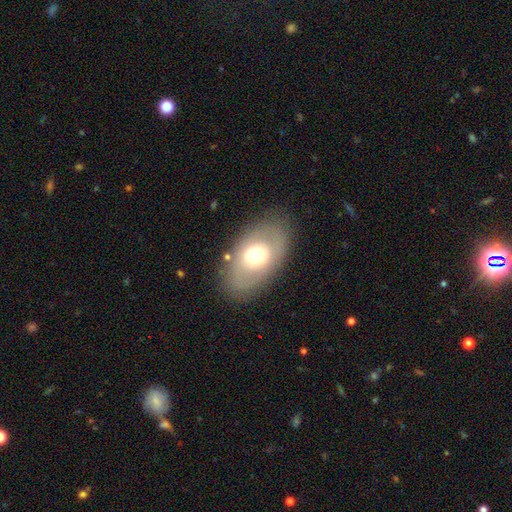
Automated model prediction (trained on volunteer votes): smooth_or_featured: smooth (p=0.55) [alt: featured or disk p=0.37]
how_rounded: in between (p=0.86) [alt: round p=0.12]
merging: none (p=0.81) [alt: minor disturbance p=0.12]